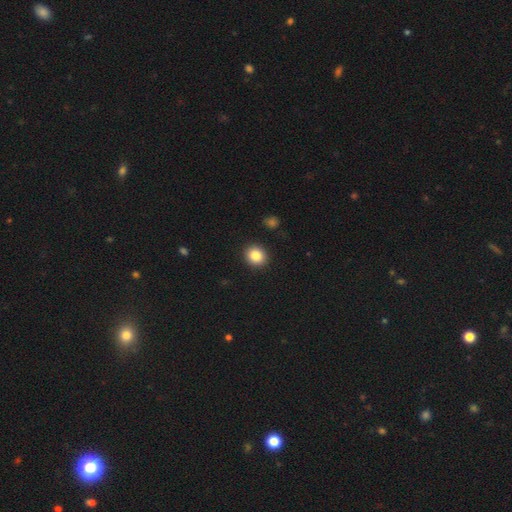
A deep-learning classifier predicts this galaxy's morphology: A smooth galaxy with no disk features (85%) that is round (77%). Merging: none (91%).